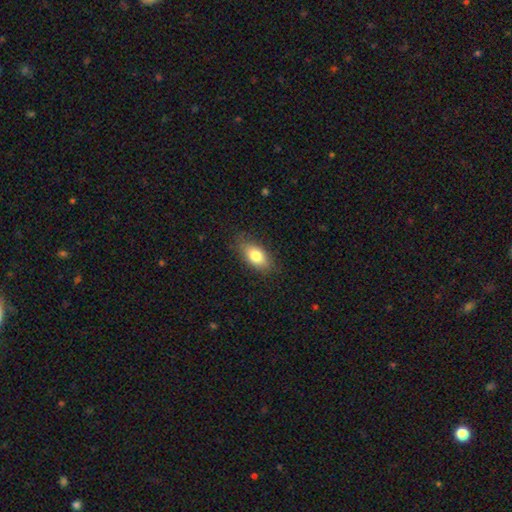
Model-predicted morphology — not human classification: type=smooth (80%); roundness=in between (88%); merging=none (81%).